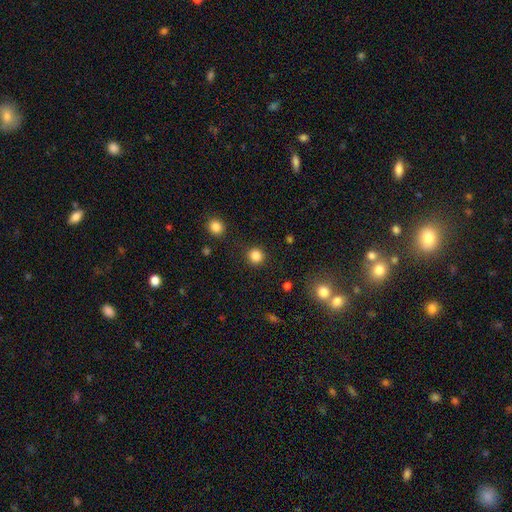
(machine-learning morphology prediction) type=smooth (85%); roundness=round (93%); merging=none (90%).